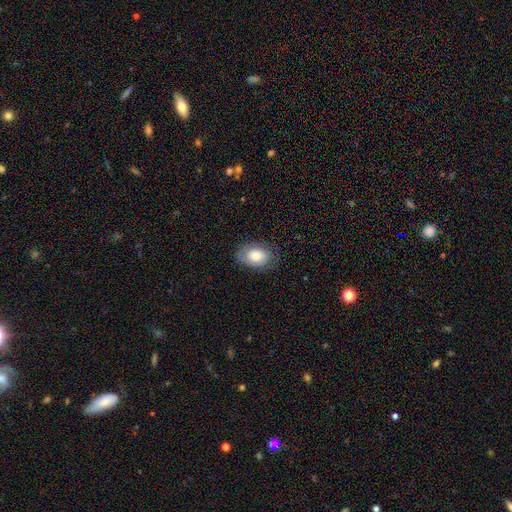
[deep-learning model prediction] smooth-or-featured: smooth: 75% | featured or disk: 17% | star or artifact: 8%
  how-rounded: in between: 80% | round: 19% | cigar-shaped: 1%
  merging: none: 78% | minor disturbance: 16% | major disturbance: 5% | merger: 1%